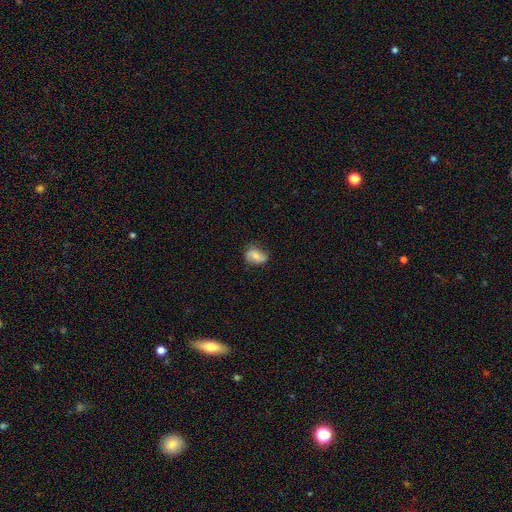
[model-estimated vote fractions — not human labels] A smooth galaxy with no disk features (52%) that is in between round and cigar-shaped (77%).

Vote fractions:
- Smooth or featured? smooth: 52% / featured or disk: 39% / star or artifact: 8%
- How rounded? in between: 77% / round: 20% / cigar-shaped: 3%
- Merging? none: 65% / minor disturbance: 26% / major disturbance: 7% / merger: 2%